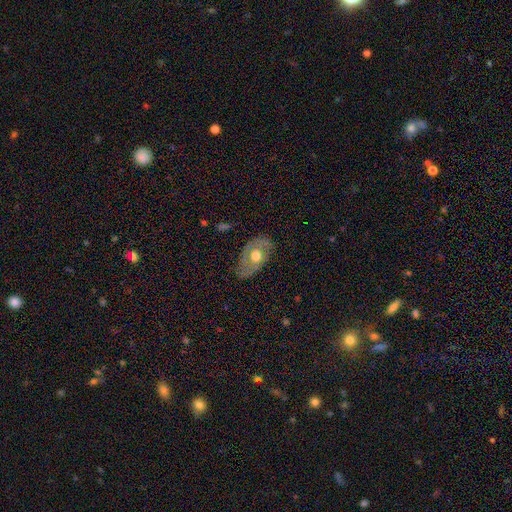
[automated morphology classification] This appears to be a featured or disk galaxy (60%) with no bar (83%), no spiral arms (53%) and a moderate central bulge (66%). Merging: none (68%).